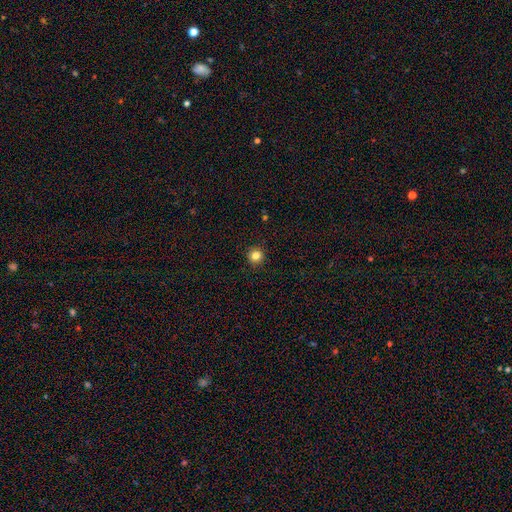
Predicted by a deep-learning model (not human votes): Q: Smooth or featured?
A: smooth (83%); runner-up: star or artifact (12%)
Q: How rounded?
A: round (95%); runner-up: in between (4%)
Q: Merging?
A: none (93%); runner-up: minor disturbance (5%)